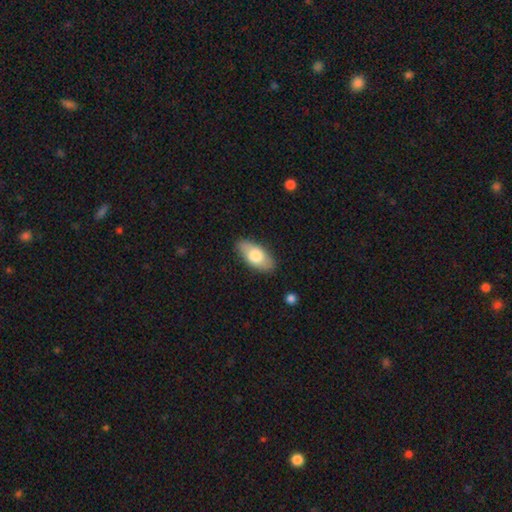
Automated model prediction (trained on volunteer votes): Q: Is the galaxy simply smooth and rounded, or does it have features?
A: smooth — 72%.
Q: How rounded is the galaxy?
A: in between — 90%.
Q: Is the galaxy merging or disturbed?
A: none — 83%.